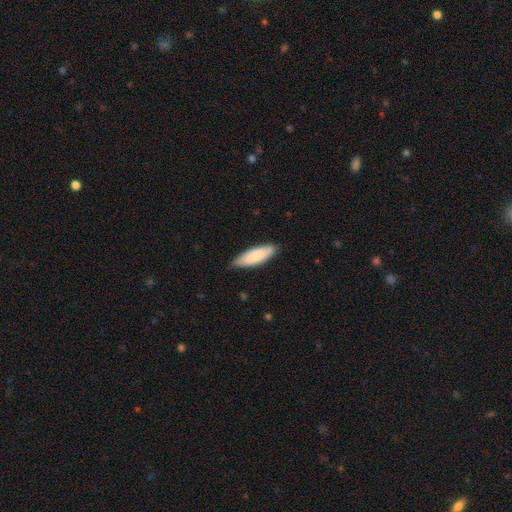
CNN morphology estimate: Q: Smooth or featured?
A: smooth (79%); runner-up: featured or disk (16%)
Q: How rounded?
A: in between (58%); runner-up: cigar-shaped (41%)
Q: Merging?
A: none (78%); runner-up: minor disturbance (18%)